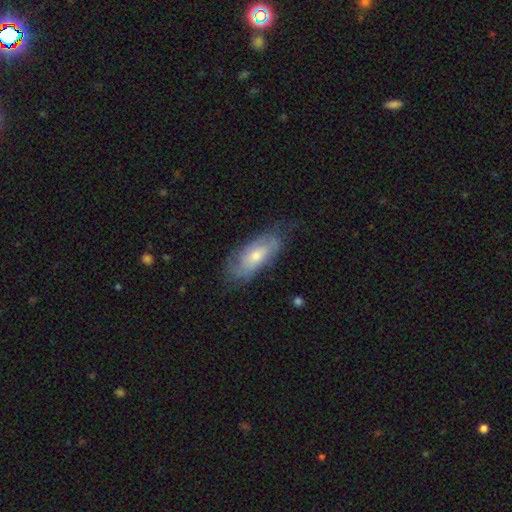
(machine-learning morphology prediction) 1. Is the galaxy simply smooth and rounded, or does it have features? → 48% featured or disk, 46% smooth, 7% star or artifact.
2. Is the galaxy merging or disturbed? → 63% none, 26% minor disturbance, 10% major disturbance, 1% merger.